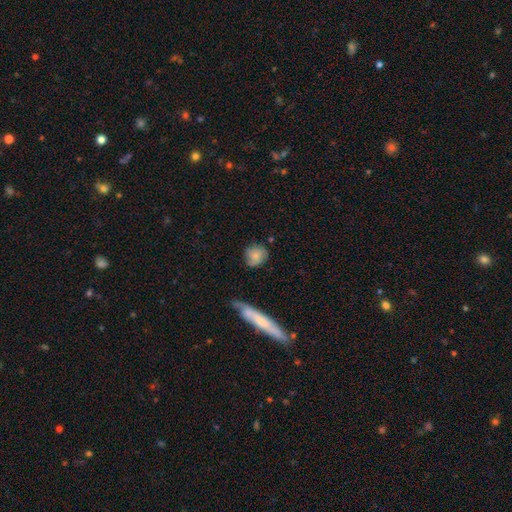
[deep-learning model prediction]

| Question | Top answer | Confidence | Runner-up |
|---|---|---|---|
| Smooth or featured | smooth | 74% | featured or disk (19%) |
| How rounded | round | 74% | in between (23%) |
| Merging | none | 68% | minor disturbance (22%) |